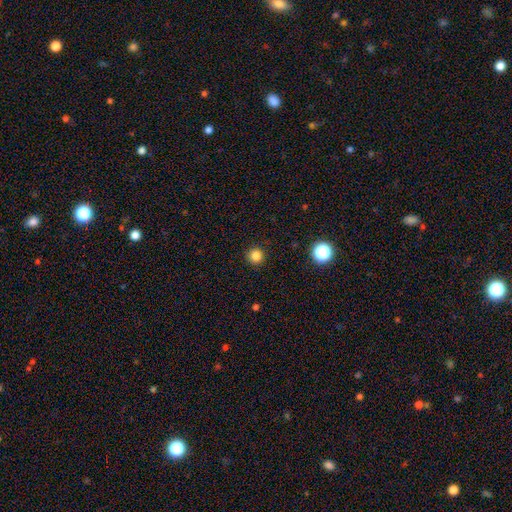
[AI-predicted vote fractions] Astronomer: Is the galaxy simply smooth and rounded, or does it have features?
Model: smooth — 83%.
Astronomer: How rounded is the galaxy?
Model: round — 96%.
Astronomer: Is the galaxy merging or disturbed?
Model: none — 93%.